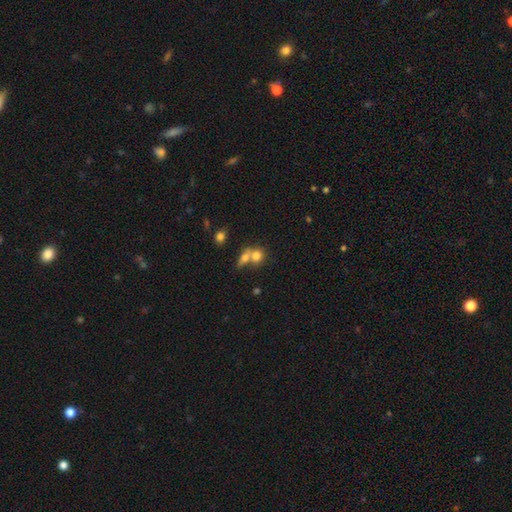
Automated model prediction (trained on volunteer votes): smooth-or-featured: smooth: 74% | featured or disk: 15% | star or artifact: 11%
  how-rounded: round: 61% | in between: 37% | cigar-shaped: 2%
  merging: merger: 60% | none: 28% | minor disturbance: 8% | major disturbance: 5%